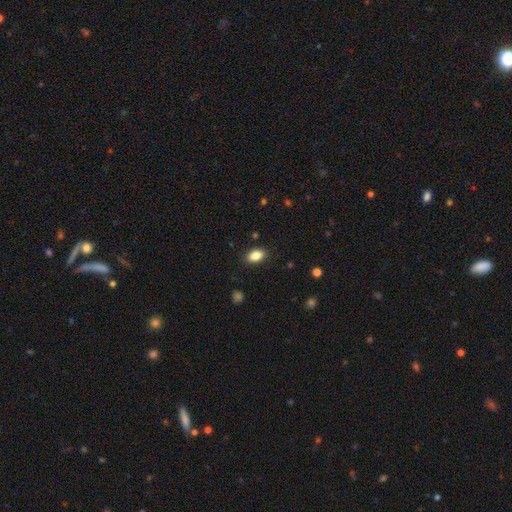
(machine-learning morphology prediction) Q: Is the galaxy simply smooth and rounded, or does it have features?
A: smooth — 86%.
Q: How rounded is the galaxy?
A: in between — 88%.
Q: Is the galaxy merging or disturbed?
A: none — 87%.